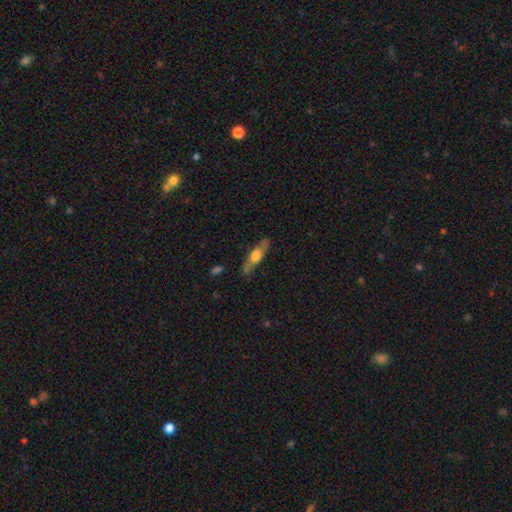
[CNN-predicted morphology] This is possibly a featured or disk galaxy (47%). Merging: likely none (71%).